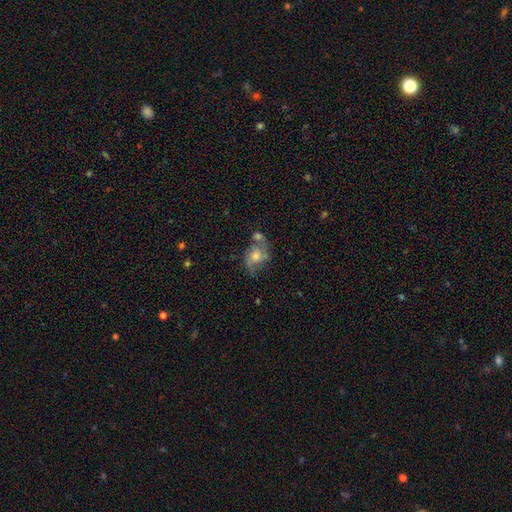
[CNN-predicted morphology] smooth-or-featured: featured or disk: 61% | smooth: 27% | star or artifact: 13%
  disk-edge-on: no: 96% | yes: 4%
    bar: no: 68% | weak: 27% | strong: 5%
    has-spiral-arms: yes: 82% | no: 18%
    bulge-size: moderate: 56% | small: 21% | large: 16% | none: 5% | dominant: 2%
  merging: none: 48% | minor disturbance: 20% | merger: 20% | major disturbance: 13%